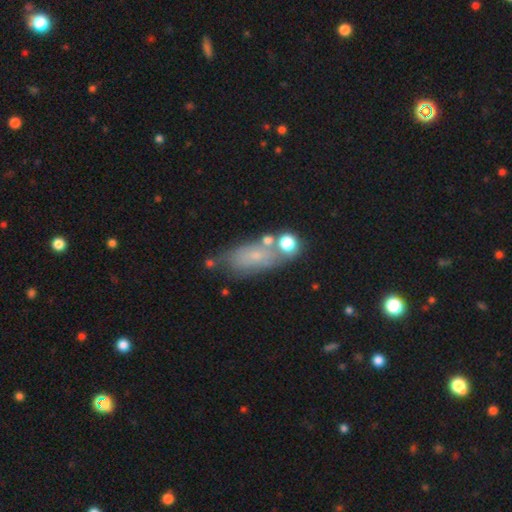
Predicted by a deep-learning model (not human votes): This appears to be a smooth galaxy with no disk features (55%) that is in between round and cigar-shaped (77%). Merging: none (56%).